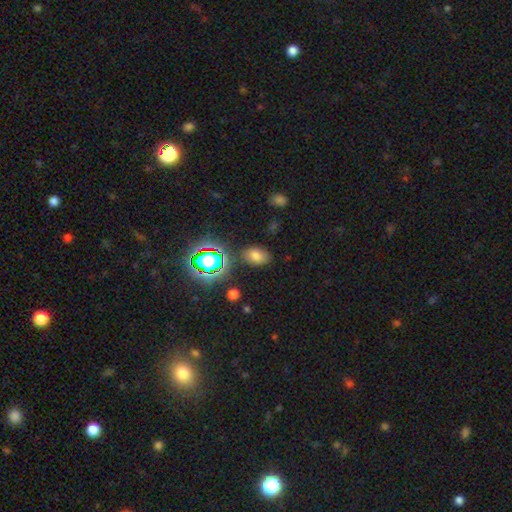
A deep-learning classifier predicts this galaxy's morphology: Q: Smooth or featured?
A: smooth (69%); runner-up: star or artifact (21%)
Q: How rounded?
A: in between (83%); runner-up: round (16%)
Q: Merging?
A: none (79%); runner-up: minor disturbance (13%)